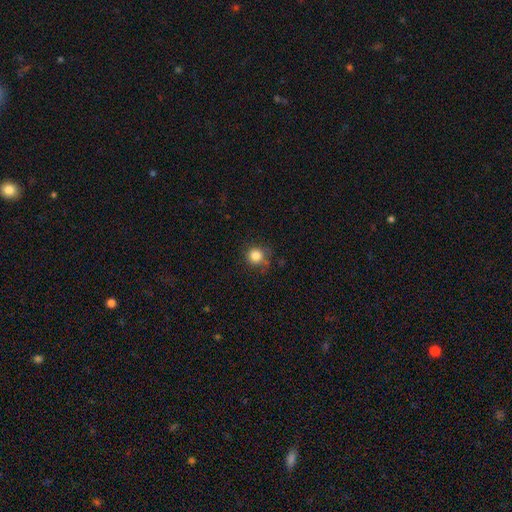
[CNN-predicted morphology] A smooth galaxy with no disk features (83%) that is round (91%). Merging: none (70%).